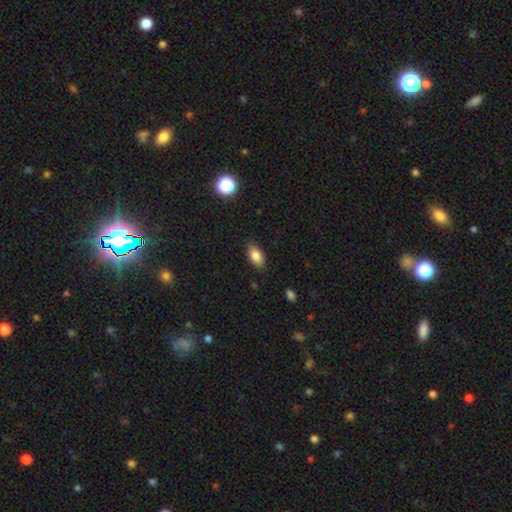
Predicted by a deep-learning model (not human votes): Morphology: type=smooth (83%); roundness=in between (89%); merging=none (86%).